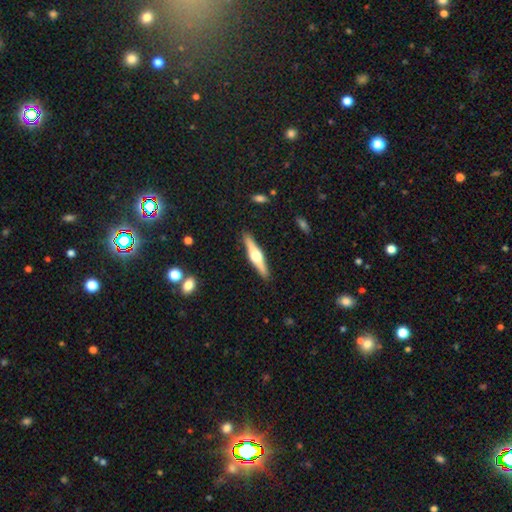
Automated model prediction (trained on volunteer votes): Smooth or featured?
  - featured or disk: 66% *
  - smooth: 29%
  - star or artifact: 5%
Edge-on disk?
  - yes: 97% *
  - no: 3%
Edge-on bulge?
  - rounded: 95% *
  - boxy: 3%
  - none: 2%
Merging?
  - none: 90% *
  - minor disturbance: 7%
  - major disturbance: 2%
  - merger: 1%